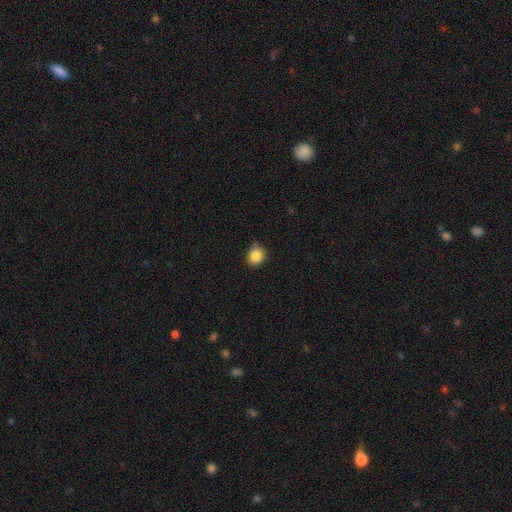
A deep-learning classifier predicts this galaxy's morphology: Smooth or featured?
  - smooth: 86% *
  - star or artifact: 10%
  - featured or disk: 4%
How rounded?
  - round: 82% *
  - in between: 17%
  - cigar-shaped: 1%
Merging?
  - none: 71% *
  - minor disturbance: 22%
  - major disturbance: 3%
  - merger: 3%